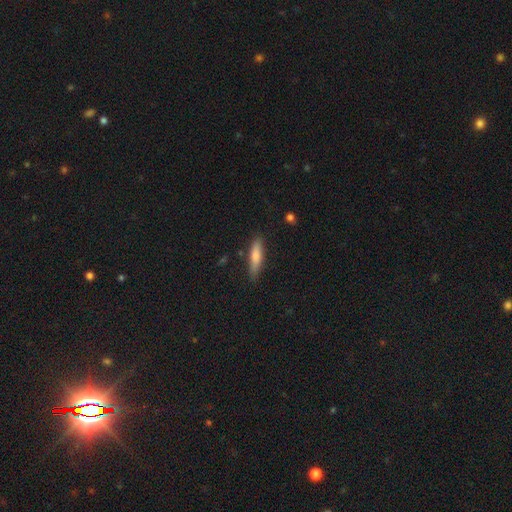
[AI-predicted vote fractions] Overall: smooth (74%). How rounded: cigar-shaped (72%). Merging: none (82%).